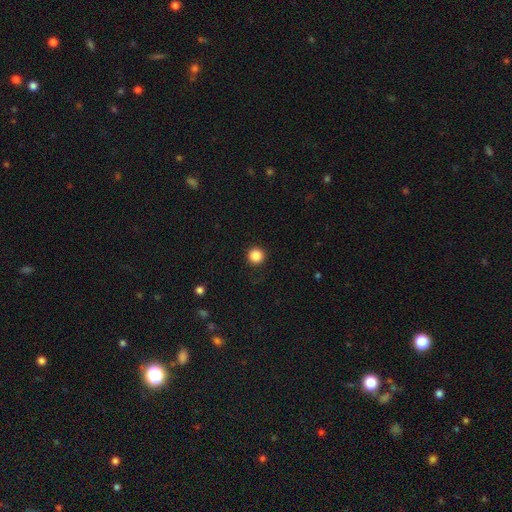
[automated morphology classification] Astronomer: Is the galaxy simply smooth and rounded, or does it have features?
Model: smooth — 87%.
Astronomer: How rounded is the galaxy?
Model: round — 96%.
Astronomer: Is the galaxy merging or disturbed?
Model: none — 92%.